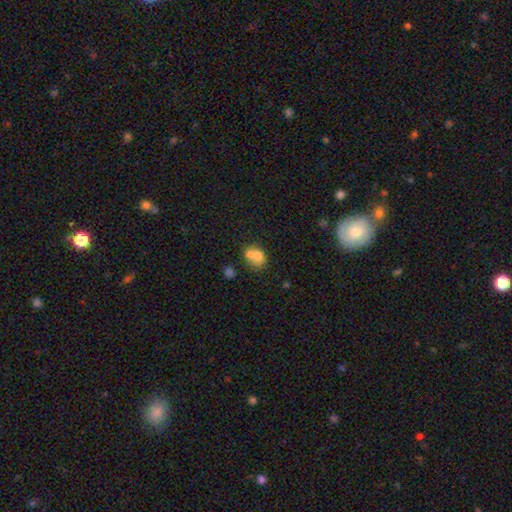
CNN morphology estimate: type=smooth (69%); roundness=round (54%); merging=merger (62%).